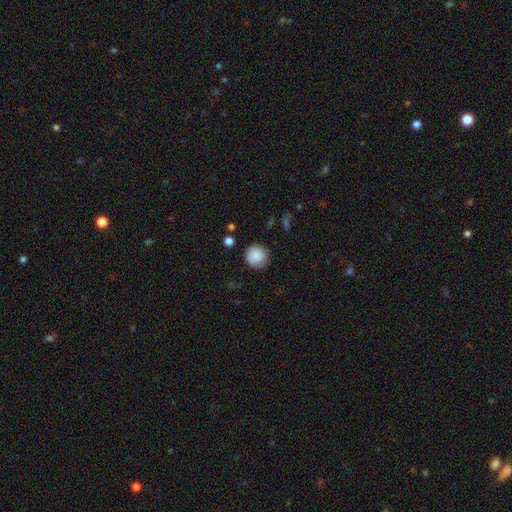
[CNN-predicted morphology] Overall: smooth (87%). How rounded: round (93%). Merging: none (83%).